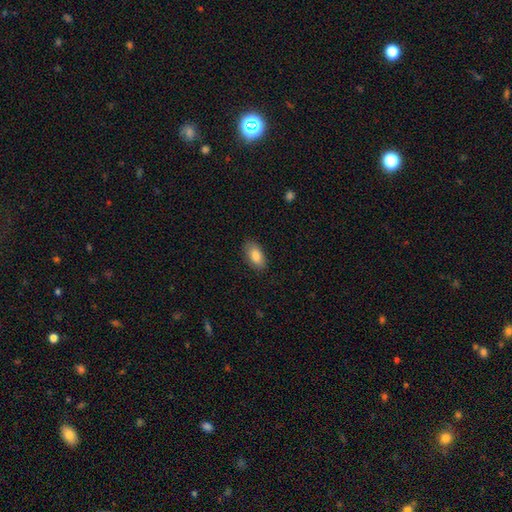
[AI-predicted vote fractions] smooth-or-featured: smooth: 85% | featured or disk: 8% | star or artifact: 7%
  how-rounded: in between: 92% | cigar-shaped: 4% | round: 4%
  merging: none: 84% | minor disturbance: 12% | major disturbance: 3% | merger: 1%